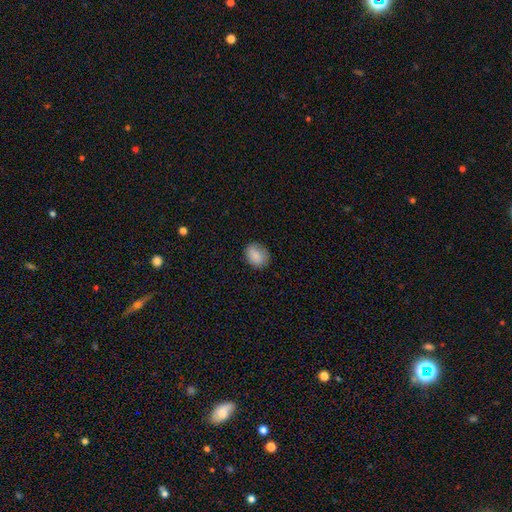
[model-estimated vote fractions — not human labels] Smooth or featured? smooth (86%)
How rounded? in between (54%)
Merging? none (78%)